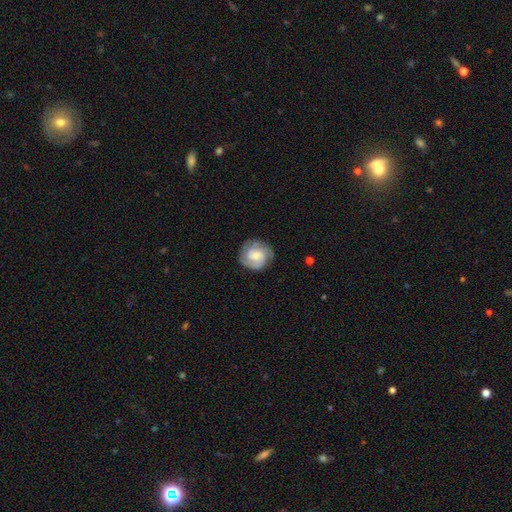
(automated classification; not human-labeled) A featured or disk galaxy (66%) with no bar (60%), 2 (41%) tight (58%) spiral arms (92%) and a moderate central bulge (48%).

Vote fractions:
- Smooth or featured? featured or disk: 66% / smooth: 28% / star or artifact: 6%
- Edge-on disk? no: 98% / yes: 2%
- Bar? no: 60% / weak: 33% / strong: 6%
- Spiral arms? yes: 92% / no: 8%
- Spiral winding? tight: 58% / medium: 34% / loose: 8%
- Spiral arm count? 2: 41% / 3: 28% / can't tell: 19% / 4: 4% / 1: 4% / more than 4: 3%
- Bulge size? moderate: 48% / small: 42% / large: 6% / none: 3% / dominant: 1%
- Merging? none: 80% / minor disturbance: 14% / major disturbance: 4% / merger: 1%